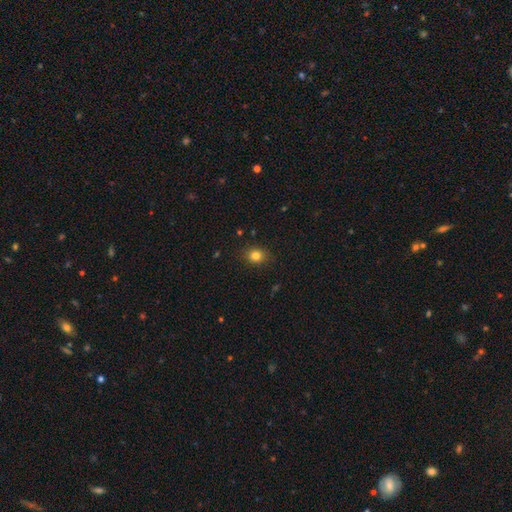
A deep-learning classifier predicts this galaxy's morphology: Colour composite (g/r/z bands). It shows a smooth galaxy with no disk features (82%) that is round (65%). Merging: none (86%).